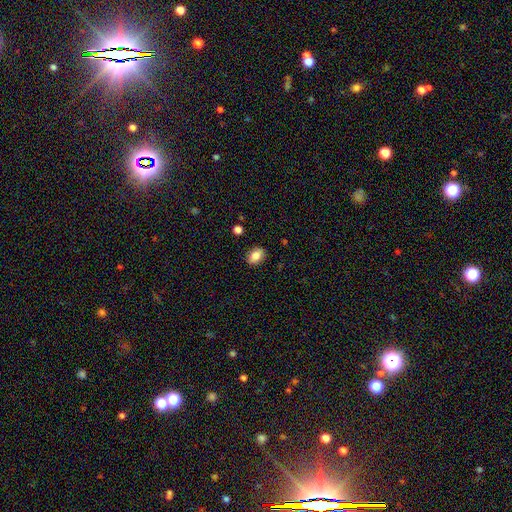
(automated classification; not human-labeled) smooth_or_featured: smooth (p=0.83) [alt: featured or disk p=0.09]
how_rounded: in between (p=0.77) [alt: round p=0.21]
merging: none (p=0.88) [alt: minor disturbance p=0.09]